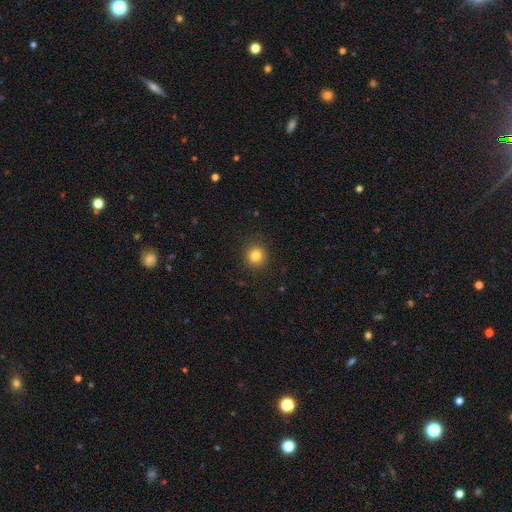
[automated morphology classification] A smooth galaxy with no disk features (82%) that is round (93%).

Vote fractions:
- Smooth or featured? smooth: 82% / star or artifact: 12% / featured or disk: 6%
- How rounded? round: 93% / in between: 6% / cigar-shaped: 1%
- Merging? none: 91% / minor disturbance: 6% / major disturbance: 2% / merger: 1%